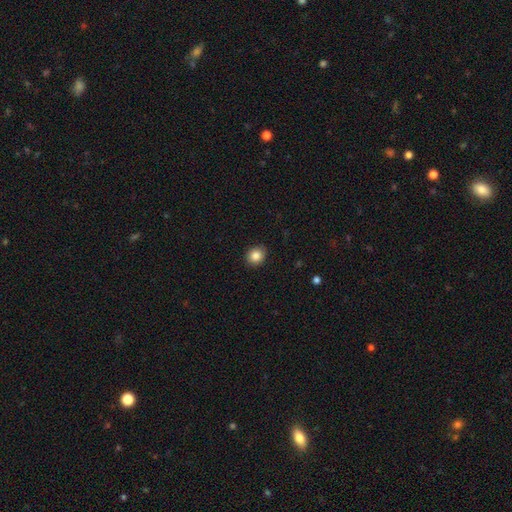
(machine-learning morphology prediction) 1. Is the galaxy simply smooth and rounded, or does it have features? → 85% smooth, 10% star or artifact, 5% featured or disk.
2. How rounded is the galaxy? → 77% round, 22% in between, 1% cigar-shaped.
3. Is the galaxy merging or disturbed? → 90% none, 7% minor disturbance, 2% major disturbance, 1% merger.